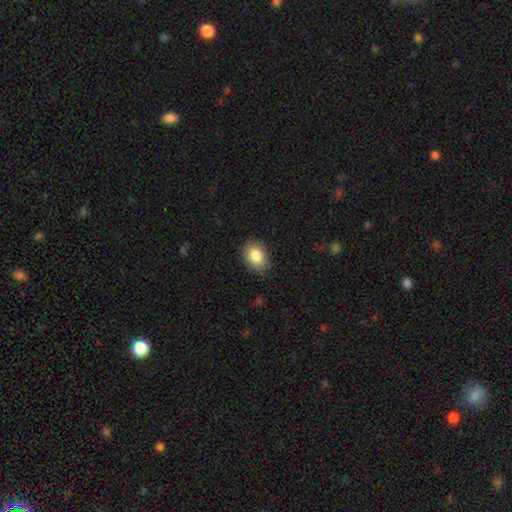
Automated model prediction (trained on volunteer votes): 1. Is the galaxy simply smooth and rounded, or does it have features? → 84% smooth, 8% featured or disk, 8% star or artifact.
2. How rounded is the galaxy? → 71% in between, 28% round, 1% cigar-shaped.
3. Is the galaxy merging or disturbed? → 83% none, 14% minor disturbance, 3% major disturbance, 1% merger.